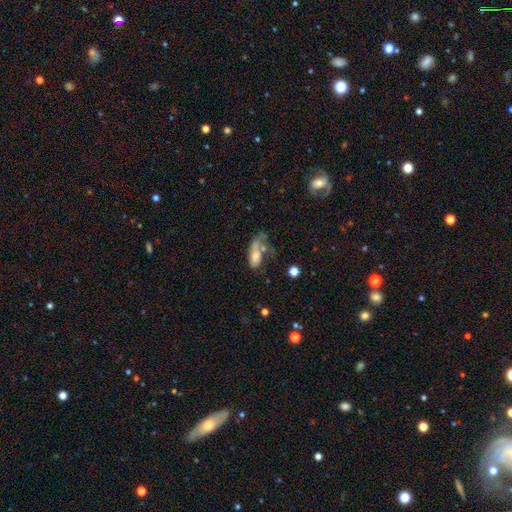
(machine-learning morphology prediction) Smooth or featured?
  - smooth: 50% *
  - featured or disk: 38%
  - star or artifact: 12%
Merging?
  - major disturbance: 36% *
  - merger: 26%
  - none: 21%
  - minor disturbance: 17%